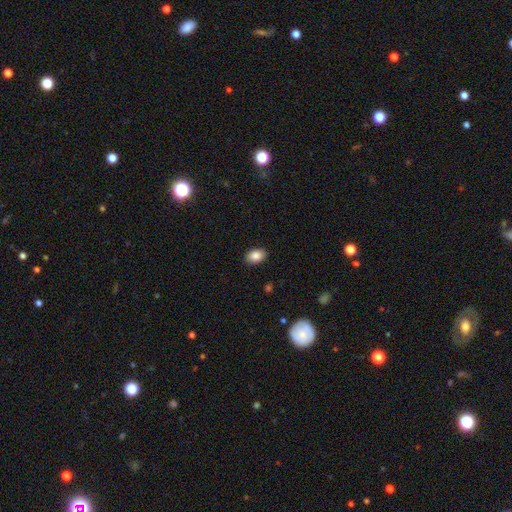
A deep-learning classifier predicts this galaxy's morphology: smooth_or_featured: smooth (p=0.86) [alt: star or artifact p=0.08]
how_rounded: in between (p=0.84) [alt: round p=0.15]
merging: none (p=0.89) [alt: minor disturbance p=0.08]